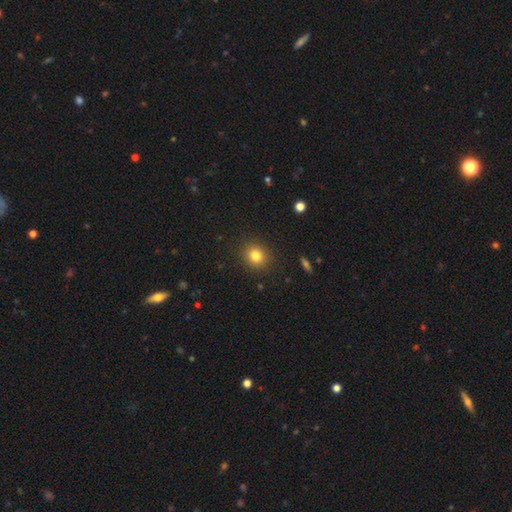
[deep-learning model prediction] A smooth galaxy with no disk features (82%) that is round (80%).

Vote fractions:
- Smooth or featured? smooth: 82% / star or artifact: 12% / featured or disk: 7%
- How rounded? round: 80% / in between: 19% / cigar-shaped: 1%
- Merging? none: 89% / minor disturbance: 7% / major disturbance: 2% / merger: 1%